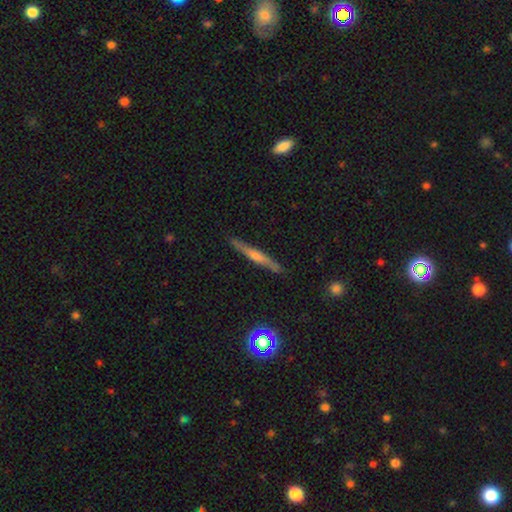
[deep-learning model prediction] This is likely a featured or disk galaxy (63%). It is clearly viewed edge-on (96%). Edge-on bulge: likely rounded (62%). Merging: clearly none (88%).